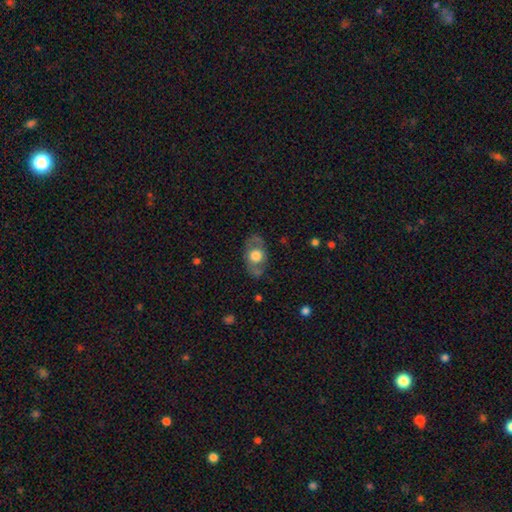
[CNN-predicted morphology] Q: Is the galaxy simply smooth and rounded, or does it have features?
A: smooth — 52%.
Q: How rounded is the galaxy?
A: in between — 73%.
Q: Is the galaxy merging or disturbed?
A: none — 72%.